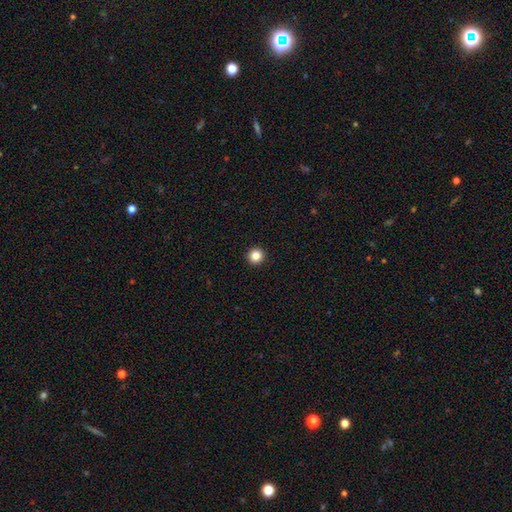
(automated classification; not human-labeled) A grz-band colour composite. It shows a smooth galaxy with no disk features (85%) that is round (95%). Merging: none (94%).